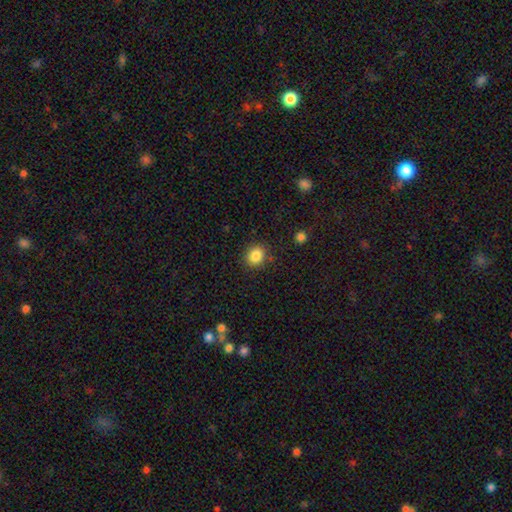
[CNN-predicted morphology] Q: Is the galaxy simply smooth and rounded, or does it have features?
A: smooth — 85%.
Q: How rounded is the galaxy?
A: round — 70%.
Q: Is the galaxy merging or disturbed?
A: none — 86%.